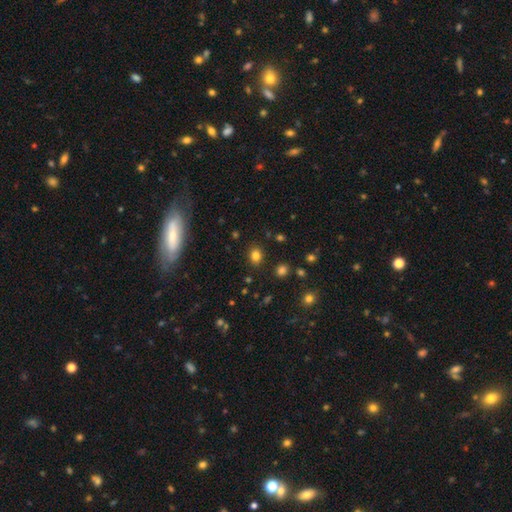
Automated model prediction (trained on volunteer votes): Morphology: type=smooth (80%); roundness=round (56%); merging=none (87%).